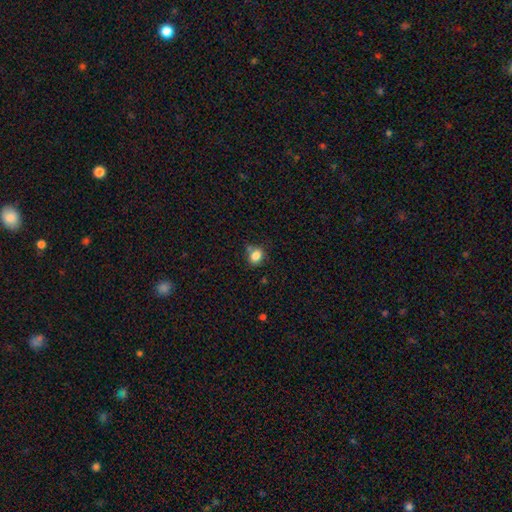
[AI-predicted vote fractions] smooth-or-featured: smooth: 83% | star or artifact: 11% | featured or disk: 6%
  how-rounded: round: 59% | in between: 41% | cigar-shaped: 1%
  merging: none: 66% | minor disturbance: 18% | merger: 11% | major disturbance: 5%